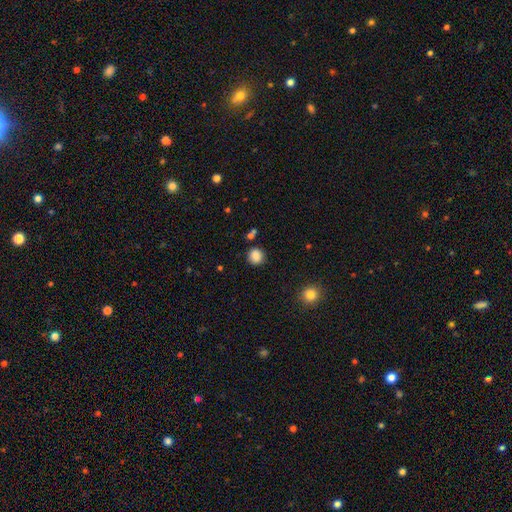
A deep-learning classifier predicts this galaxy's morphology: Smooth or featured?
  - smooth: 86% *
  - star or artifact: 10%
  - featured or disk: 4%
How rounded?
  - round: 88% *
  - in between: 11%
  - cigar-shaped: 1%
Merging?
  - none: 82% *
  - minor disturbance: 11%
  - merger: 4%
  - major disturbance: 3%